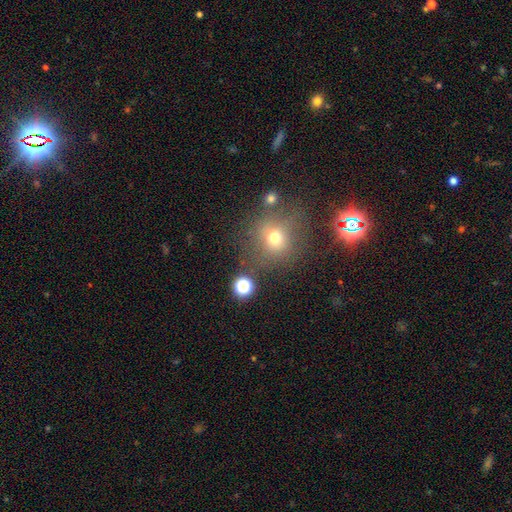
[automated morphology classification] This is possibly a smooth galaxy (50%). How rounded: clearly round (88%). Merging: likely none (79%).